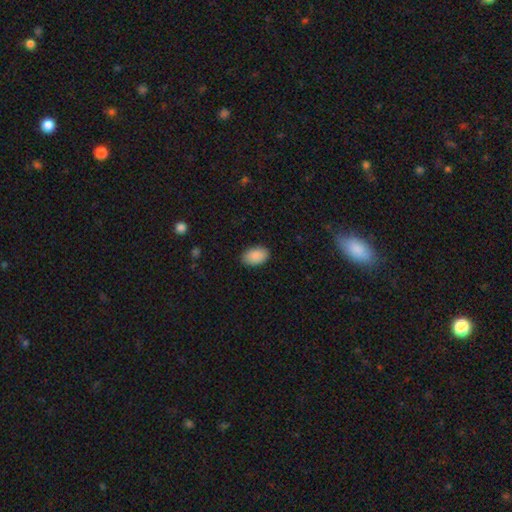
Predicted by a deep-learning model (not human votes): The model was most divided on "merging": none: 88%, minor disturbance: 9%, major disturbance: 2%, merger: 1%. More confident: how rounded — in between (92%); smooth or featured — smooth (90%).